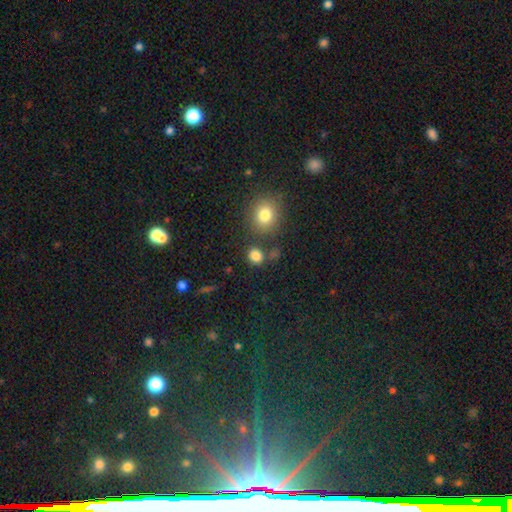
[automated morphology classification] A smooth galaxy with no disk features (83%) that is round (73%).

Vote fractions:
- Smooth or featured? smooth: 83% / star or artifact: 12% / featured or disk: 5%
- How rounded? round: 73% / in between: 25% / cigar-shaped: 1%
- Merging? none: 75% / merger: 11% / minor disturbance: 10% / major disturbance: 4%